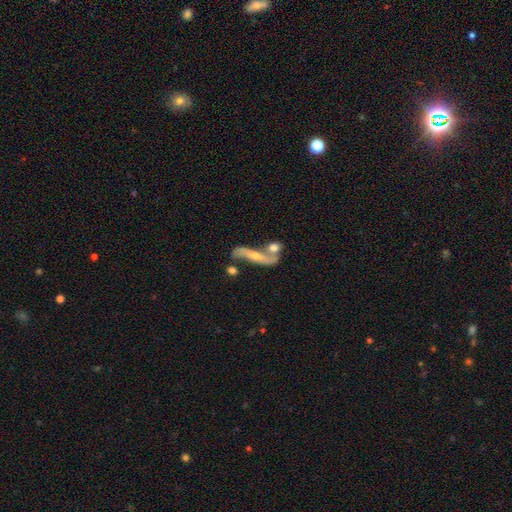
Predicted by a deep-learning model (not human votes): featured or disk 66%, smooth 26%, star or artifact 7%. Down the decision tree: edge-on disk — no (64%); merging — none (42%).